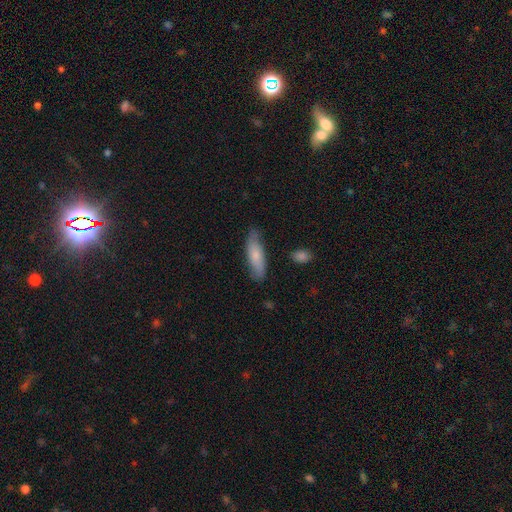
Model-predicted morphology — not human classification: A smooth galaxy with no disk features (73%) that is cigar-shaped (53%). Merging: none (78%).